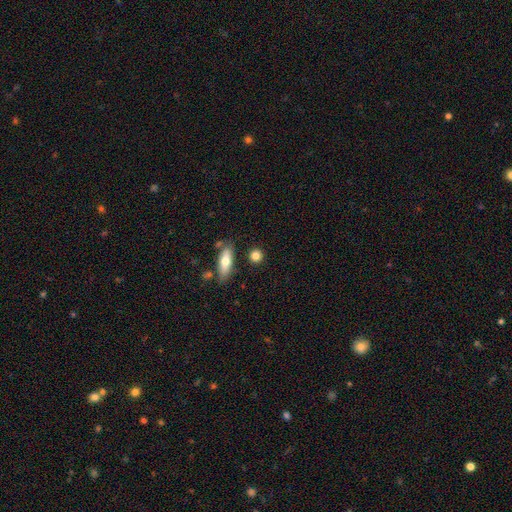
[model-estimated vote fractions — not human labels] A smooth galaxy with no disk features (81%) that is round (73%). Merging: none (81%).